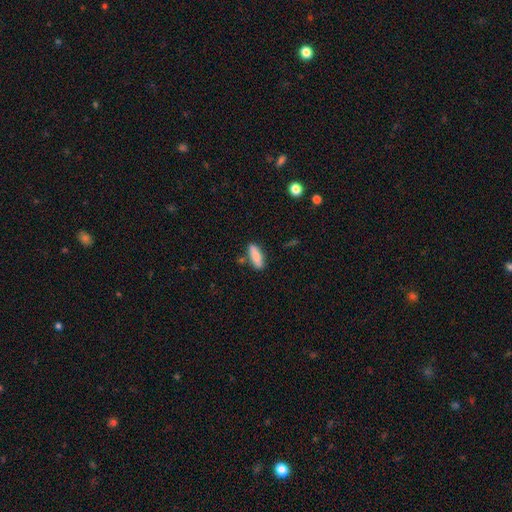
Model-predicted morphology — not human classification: A smooth galaxy with no disk features (84%) that is in between round and cigar-shaped (55%).

Vote fractions:
- Smooth or featured? smooth: 84% / featured or disk: 9% / star or artifact: 6%
- How rounded? in between: 55% / cigar-shaped: 43% / round: 2%
- Merging? none: 79% / minor disturbance: 13% / merger: 6% / major disturbance: 3%